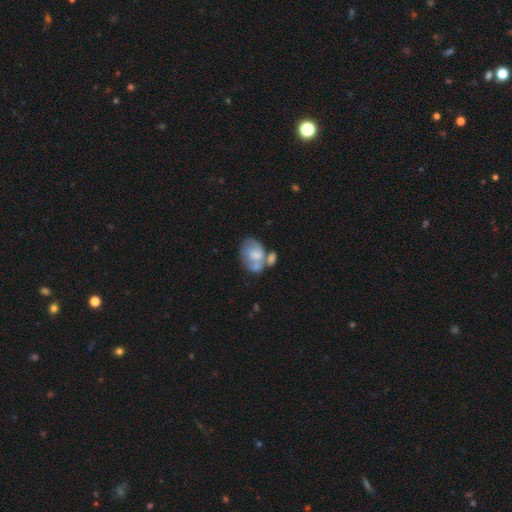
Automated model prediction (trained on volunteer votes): Smooth or featured?
  - smooth: 55% *
  - featured or disk: 37%
  - star or artifact: 7%
How rounded?
  - in between: 78% *
  - round: 21%
  - cigar-shaped: 1%
Merging?
  - merger: 47% *
  - none: 25%
  - minor disturbance: 17%
  - major disturbance: 12%